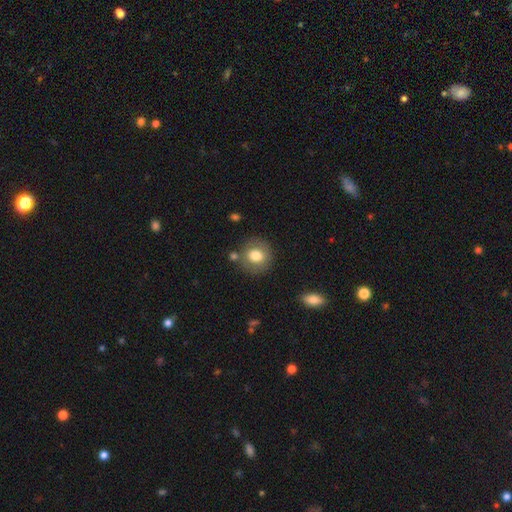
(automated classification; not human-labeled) Smooth or featured? smooth (76%)
How rounded? round (86%)
Merging? none (78%)